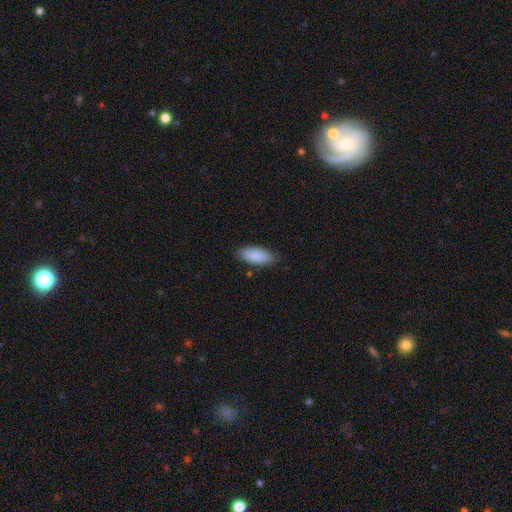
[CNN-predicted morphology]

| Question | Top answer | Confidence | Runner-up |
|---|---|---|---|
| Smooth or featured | smooth | 89% | star or artifact (6%) |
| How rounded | in between | 84% | cigar-shaped (15%) |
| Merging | none | 82% | minor disturbance (14%) |